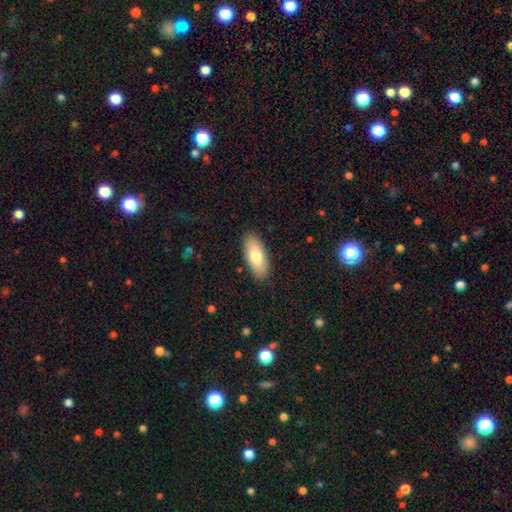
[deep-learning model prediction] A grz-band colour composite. It shows a smooth galaxy with no disk features (77%) that is in between round and cigar-shaped (84%). Merging: none (88%).